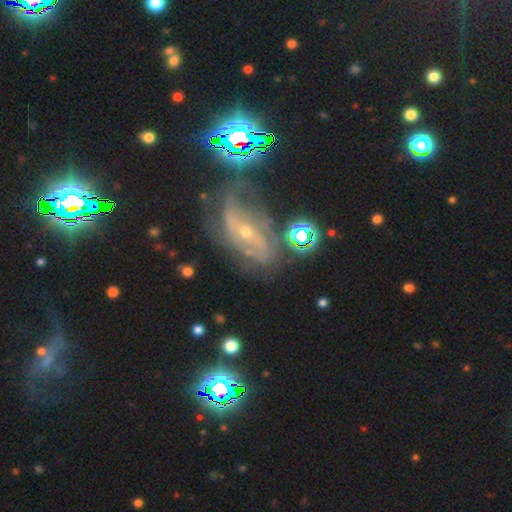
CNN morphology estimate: Overall: featured or disk (76%). Edge-on disk: no (92%). Bar: no (41%; weak 35%). Spiral arms: yes (90%). Spiral arm count: 2 (53%; can't tell 26%). Spiral winding: medium (39%; loose 34%). Bulge size: small (73%). Merging: none (58%; minor disturbance 21%).